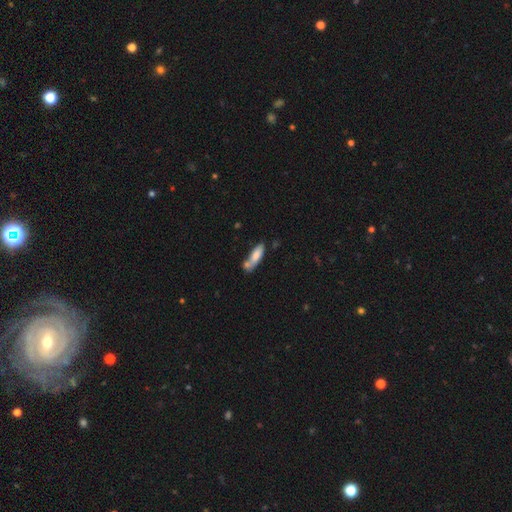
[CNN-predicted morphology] type=smooth (76%); roundness=cigar-shaped (51%); merging=none (42%).